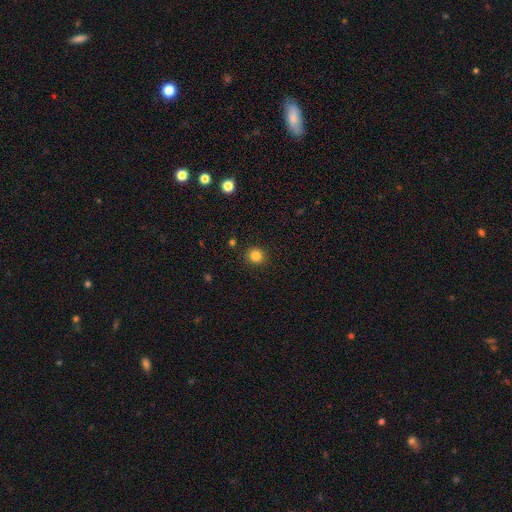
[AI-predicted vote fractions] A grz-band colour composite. It shows a smooth galaxy with no disk features (84%) that is round (90%). Merging: none (90%).